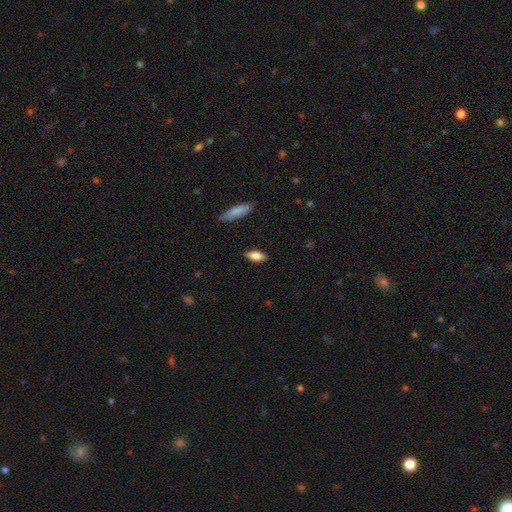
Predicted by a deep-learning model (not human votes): Smooth or featured?
  - smooth: 80% *
  - featured or disk: 13%
  - star or artifact: 7%
How rounded?
  - in between: 80% *
  - cigar-shaped: 17%
  - round: 3%
Merging?
  - none: 85% *
  - minor disturbance: 11%
  - major disturbance: 2%
  - merger: 1%